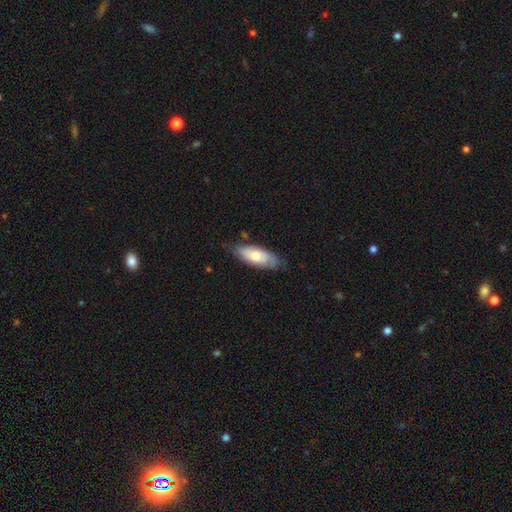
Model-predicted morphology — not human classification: smooth_or_featured: smooth (p=0.59) [alt: featured or disk p=0.35]
how_rounded: in between (p=0.76) [alt: cigar-shaped p=0.22]
merging: none (p=0.70) [alt: minor disturbance p=0.24]